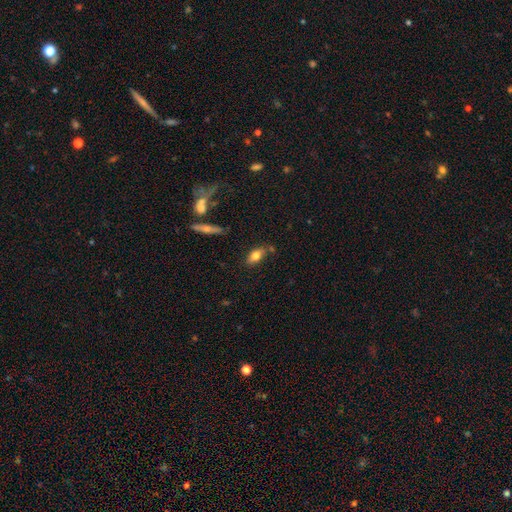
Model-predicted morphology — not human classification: Q: Smooth or featured?
A: smooth (73%); runner-up: featured or disk (19%)
Q: How rounded?
A: in between (83%); runner-up: cigar-shaped (12%)
Q: Merging?
A: none (70%); runner-up: minor disturbance (18%)